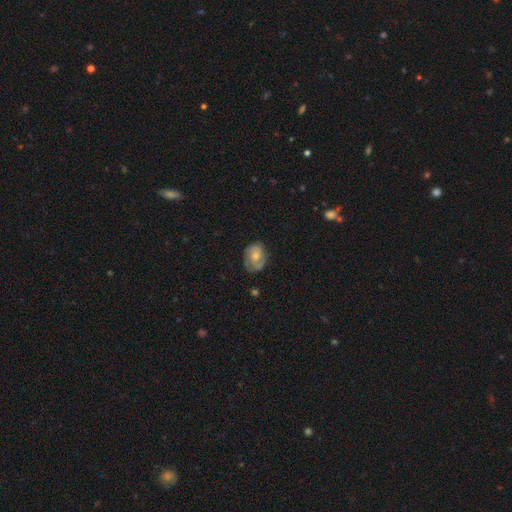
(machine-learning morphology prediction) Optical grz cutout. It shows a featured or disk galaxy (54%) with no bar (75%), spiral arms (80%) and a moderate central bulge (51%). Merging: none (65%).